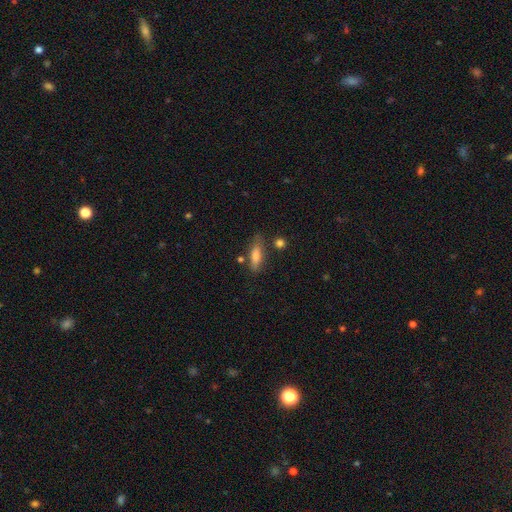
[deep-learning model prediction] Smooth or featured? Predicted: smooth (p=0.76). How rounded? Predicted: in between (p=0.53). Merging? Predicted: none (p=0.72).